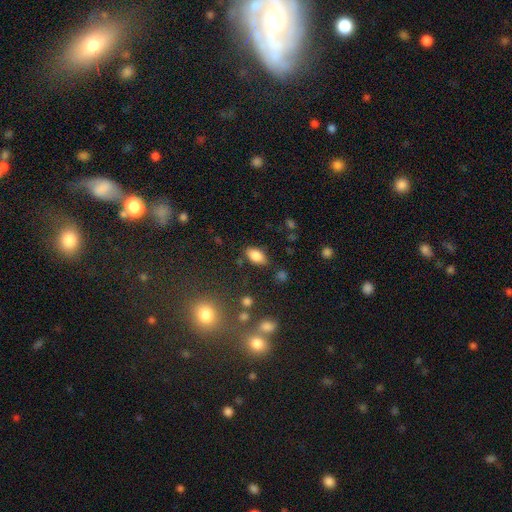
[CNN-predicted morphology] smooth_or_featured: smooth (p=0.85) [alt: star or artifact p=0.09]
how_rounded: in between (p=0.92) [alt: round p=0.05]
merging: none (p=0.81) [alt: minor disturbance p=0.13]